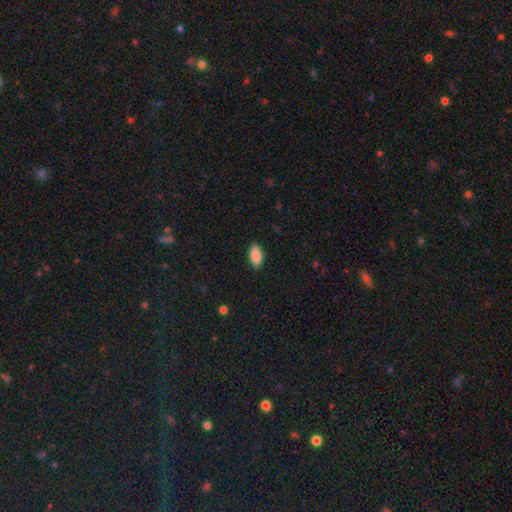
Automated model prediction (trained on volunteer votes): smooth 89%, star or artifact 7%, featured or disk 4%. Down the decision tree: how rounded — in between (93%); merging — none (89%).